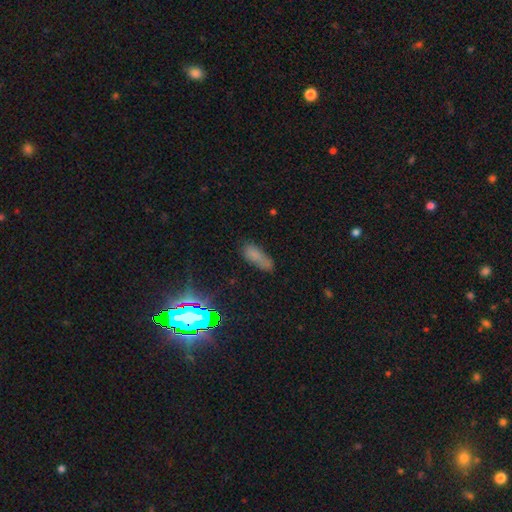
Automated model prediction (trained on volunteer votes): This appears to be a smooth galaxy with no disk features (65%) that is in between round and cigar-shaped (65%). Merging: none (61%).